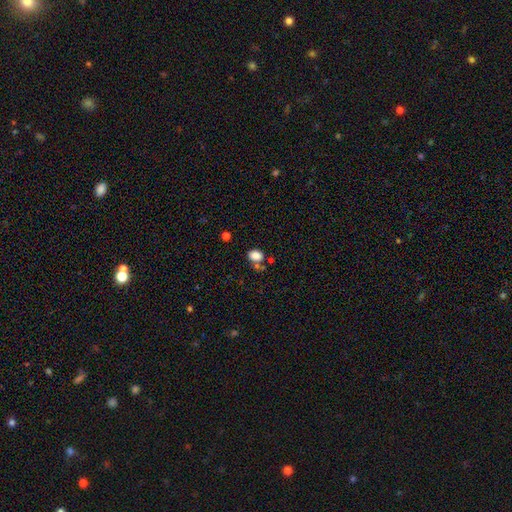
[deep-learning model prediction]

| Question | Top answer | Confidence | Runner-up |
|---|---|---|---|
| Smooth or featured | smooth | 83% | star or artifact (11%) |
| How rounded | in between | 69% | round (30%) |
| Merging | none | 59% | merger (19%) |